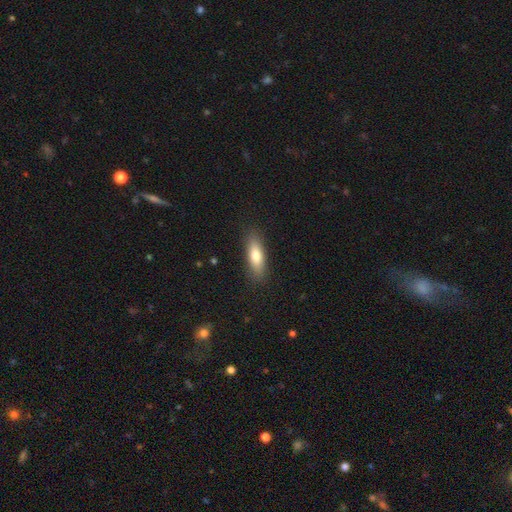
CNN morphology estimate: A smooth galaxy with no disk features (76%) that is in between round and cigar-shaped (52%). Merging: none (87%).